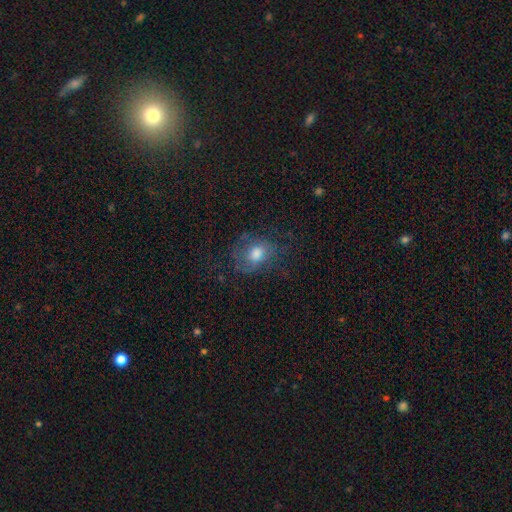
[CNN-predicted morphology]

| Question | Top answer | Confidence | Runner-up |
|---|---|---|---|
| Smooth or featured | smooth | 47% | featured or disk (37%) |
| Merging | none | 59% | minor disturbance (21%) |